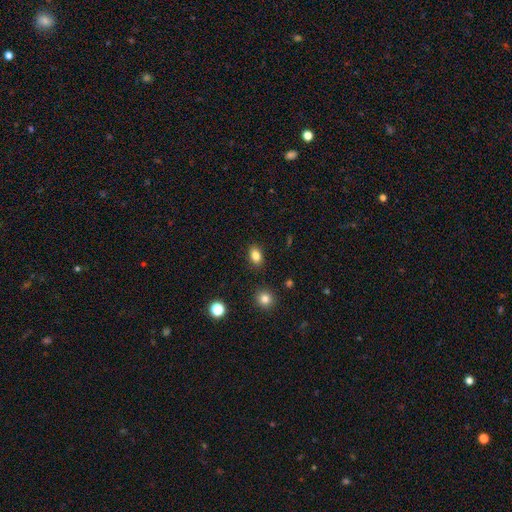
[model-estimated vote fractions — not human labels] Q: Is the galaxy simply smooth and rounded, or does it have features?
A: smooth — 84%.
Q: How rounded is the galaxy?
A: in between — 76%.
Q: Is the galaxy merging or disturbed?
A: none — 88%.